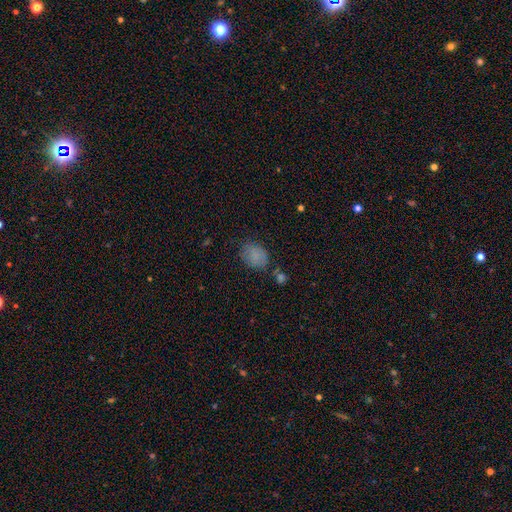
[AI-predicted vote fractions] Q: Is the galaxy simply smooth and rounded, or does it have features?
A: smooth — 81%.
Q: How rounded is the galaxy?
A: in between — 73%.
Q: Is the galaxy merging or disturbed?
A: none — 69%.